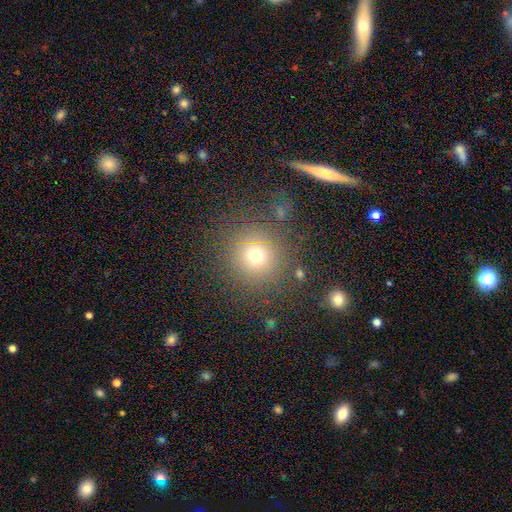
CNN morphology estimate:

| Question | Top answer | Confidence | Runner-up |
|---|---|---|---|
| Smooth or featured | smooth | 70% | star or artifact (19%) |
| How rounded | round | 92% | in between (7%) |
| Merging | none | 82% | minor disturbance (9%) |